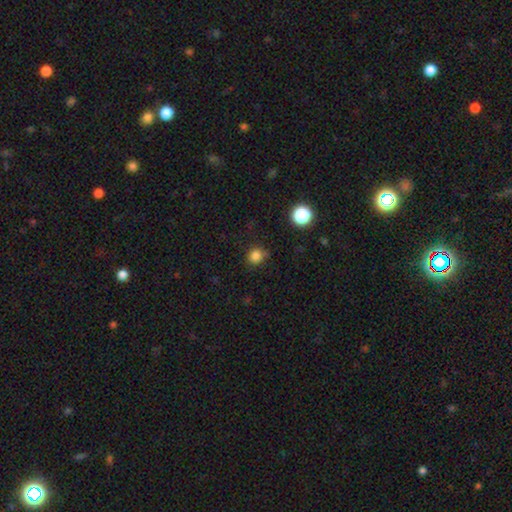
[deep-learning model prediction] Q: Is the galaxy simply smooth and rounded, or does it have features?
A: smooth — 82%.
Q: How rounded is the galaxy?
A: round — 84%.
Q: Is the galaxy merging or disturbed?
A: none — 75%.